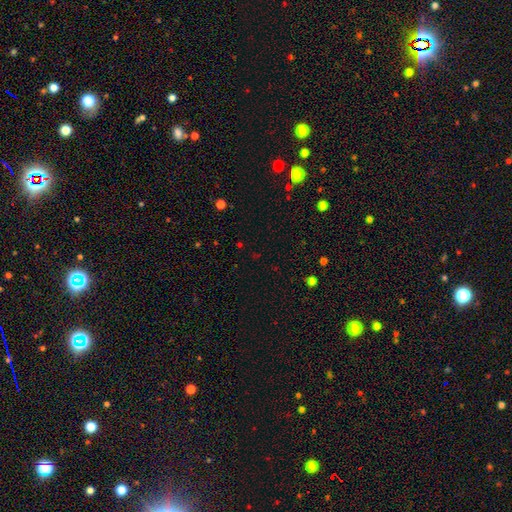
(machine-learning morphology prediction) Smooth or featured: star or artifact — 62% (smooth — 31%)